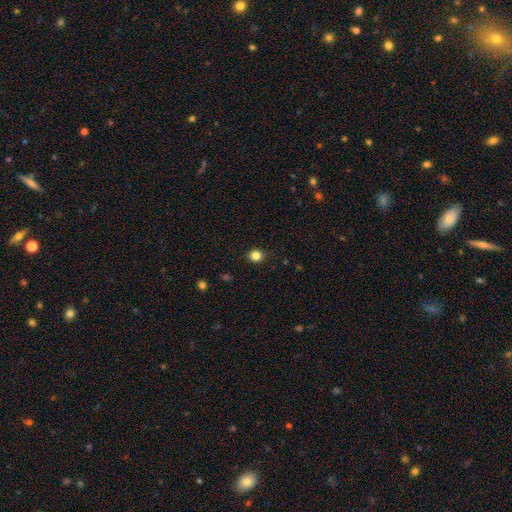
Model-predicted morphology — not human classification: This is clearly a smooth galaxy (83%). How rounded: clearly round (81%). Merging: clearly none (88%).